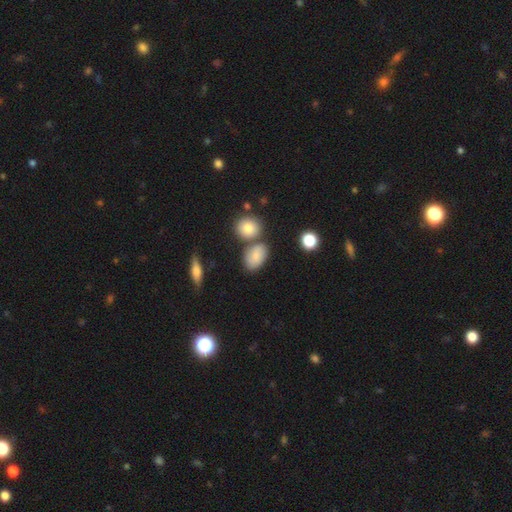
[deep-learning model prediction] The model was most divided on "merging": none: 62%, merger: 17%, minor disturbance: 16%, major disturbance: 5%. More confident: how rounded — in between (84%); smooth or featured — smooth (79%).